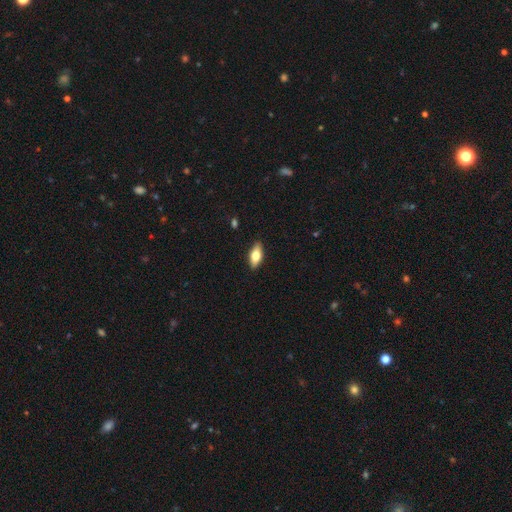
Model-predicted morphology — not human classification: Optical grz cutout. It shows a smooth galaxy with no disk features (67%) that is in between round and cigar-shaped (81%). Merging: none (88%).